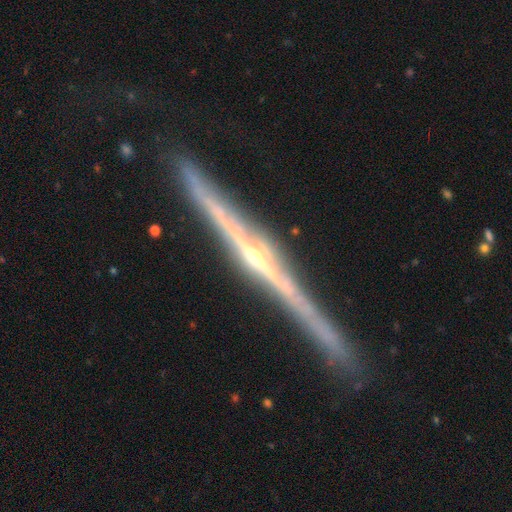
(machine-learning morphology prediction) This appears to be a featured or disk galaxy (90%) viewed edge-on (98%) with a rounded central bulge (81%). Merging: none (86%).